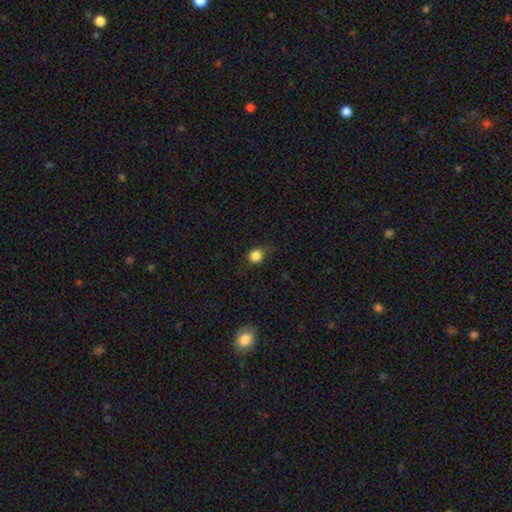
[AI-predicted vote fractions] smooth-or-featured: smooth: 84% | star or artifact: 11% | featured or disk: 5%
  how-rounded: round: 84% | in between: 15% | cigar-shaped: 1%
  merging: none: 76% | minor disturbance: 18% | major disturbance: 5% | merger: 1%